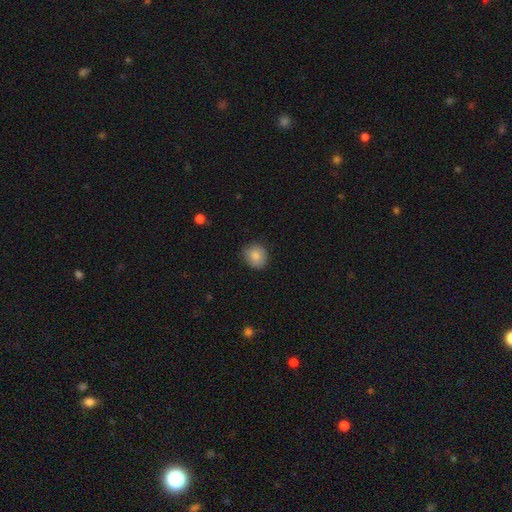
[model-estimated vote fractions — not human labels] Overall: smooth (84%). How rounded: round (79%). Merging: none (83%).